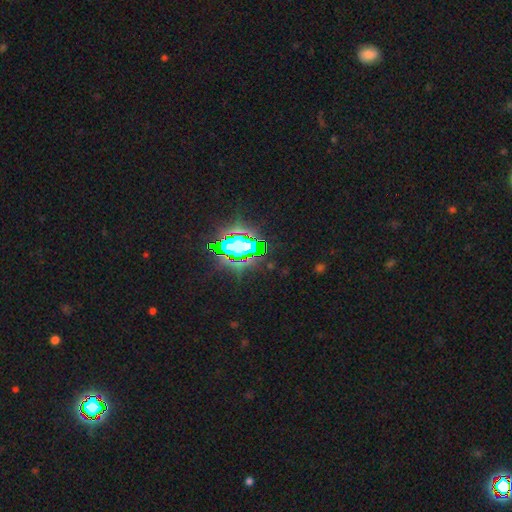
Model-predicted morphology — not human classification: Smooth or featured? star or artifact (78%)